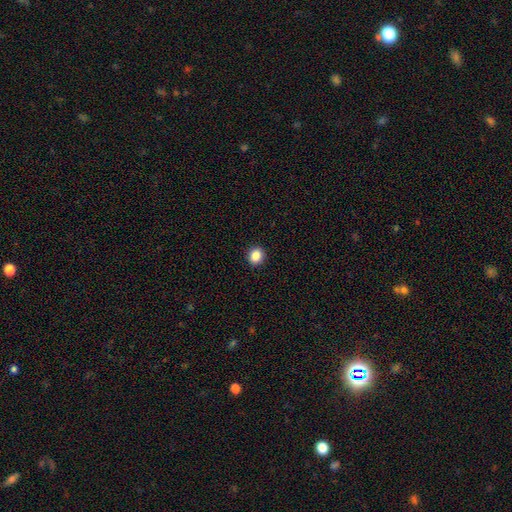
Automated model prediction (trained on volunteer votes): smooth_or_featured: smooth (p=0.86) [alt: star or artifact p=0.10]
how_rounded: round (p=0.76) [alt: in between p=0.23]
merging: none (p=0.92) [alt: minor disturbance p=0.05]